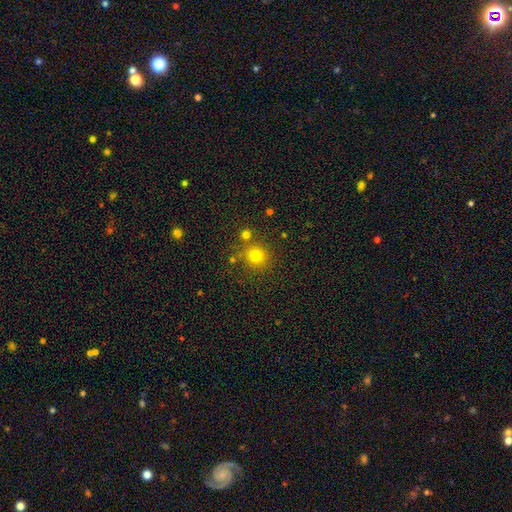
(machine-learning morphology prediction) Smooth or featured: smooth — 76% (star or artifact — 17%)
How rounded: round — 92% (in between — 7%)
Merging: none — 78% (merger — 10%)